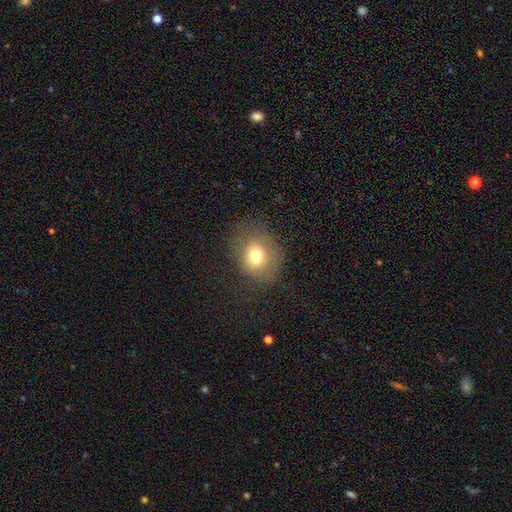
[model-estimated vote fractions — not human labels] Smooth or featured: smooth — 65% (featured or disk — 22%)
How rounded: round — 57% (in between — 42%)
Merging: none — 51% (minor disturbance — 23%)